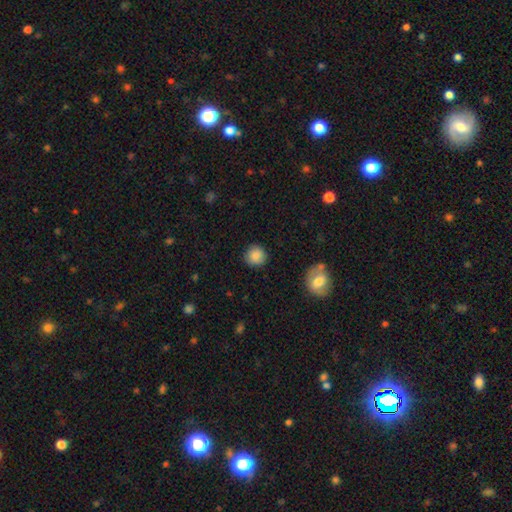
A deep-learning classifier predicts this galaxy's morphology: A smooth galaxy with no disk features (87%) that is round (92%).

Vote fractions:
- Smooth or featured? smooth: 87% / star or artifact: 9% / featured or disk: 5%
- How rounded? round: 92% / in between: 7% / cigar-shaped: 1%
- Merging? none: 89% / minor disturbance: 7% / major disturbance: 2% / merger: 1%